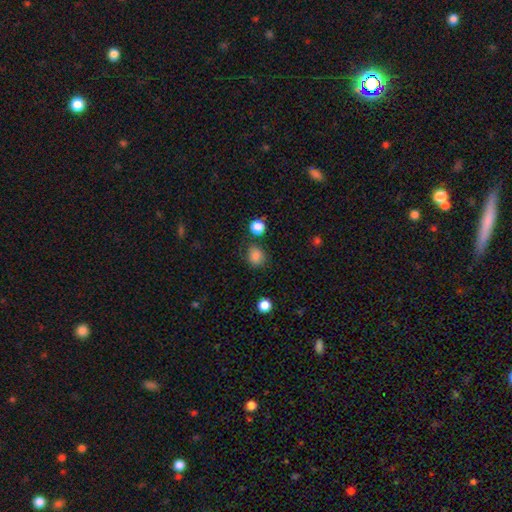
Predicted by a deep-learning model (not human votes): A smooth galaxy with no disk features (83%) that is round (69%). Merging: none (76%).